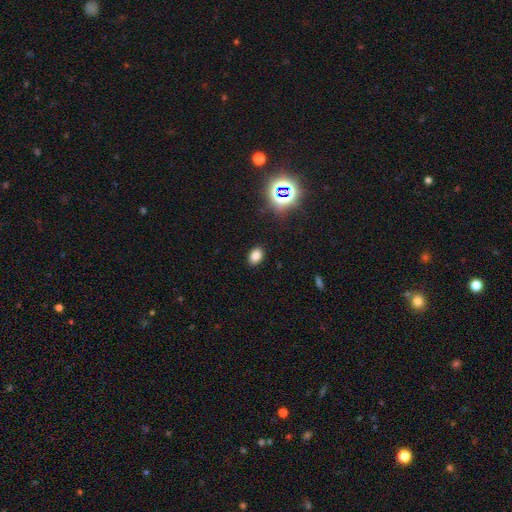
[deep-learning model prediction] Smooth or featured? smooth (78%)
How rounded? in between (78%)
Merging? none (88%)